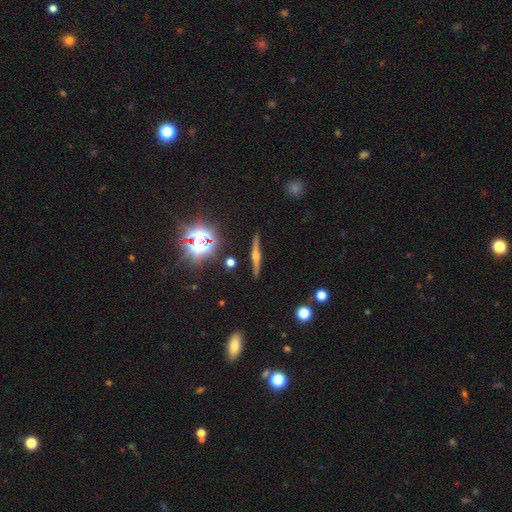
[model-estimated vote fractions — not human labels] A featured or disk galaxy (73%) viewed edge-on (97%) with a rounded central bulge (90%).

Vote fractions:
- Smooth or featured? featured or disk: 73% / smooth: 15% / star or artifact: 12%
- Edge-on disk? yes: 97% / no: 3%
- Edge-on bulge? rounded: 90% / boxy: 6% / none: 4%
- Merging? none: 89% / minor disturbance: 8% / major disturbance: 2% / merger: 2%